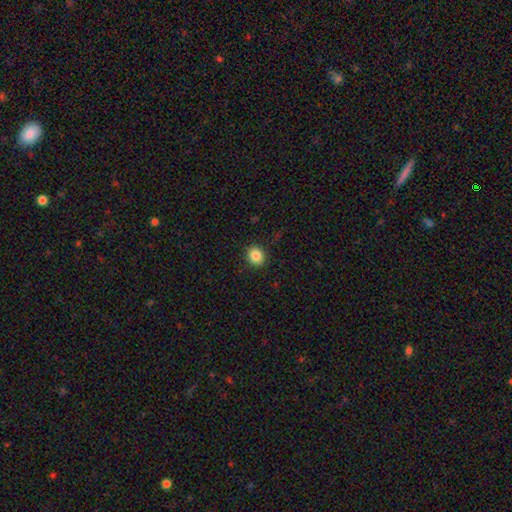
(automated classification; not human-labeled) A smooth galaxy with no disk features (85%) that is round (73%).

Vote fractions:
- Smooth or featured? smooth: 85% / star or artifact: 10% / featured or disk: 5%
- How rounded? round: 73% / in between: 26% / cigar-shaped: 1%
- Merging? none: 90% / minor disturbance: 7% / major disturbance: 2% / merger: 1%